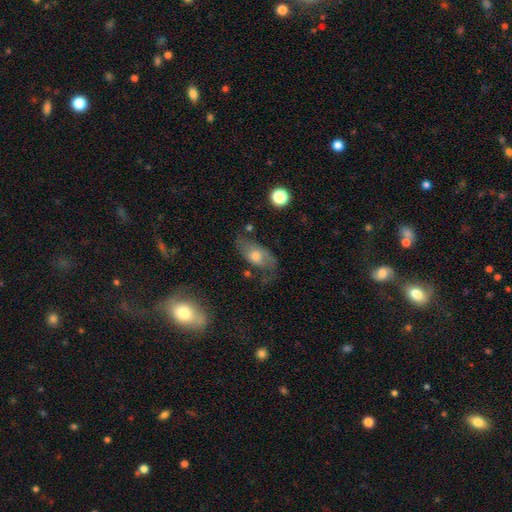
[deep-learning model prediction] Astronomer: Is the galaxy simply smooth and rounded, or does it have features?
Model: featured or disk — 47% (runner-up: smooth, 43%).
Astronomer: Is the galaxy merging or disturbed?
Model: none — 53%.